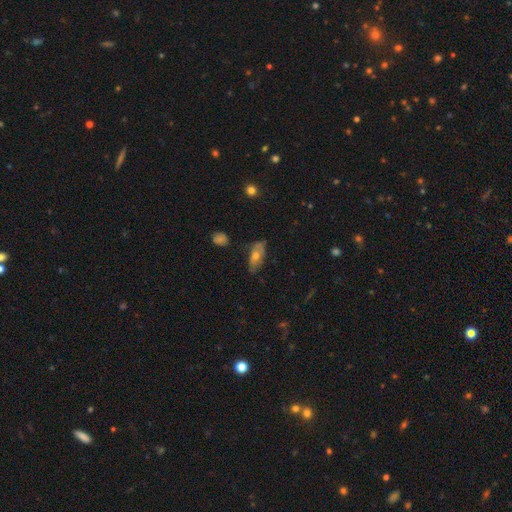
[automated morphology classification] type=smooth (50%); roundness=in between (78%); merging=none (70%).